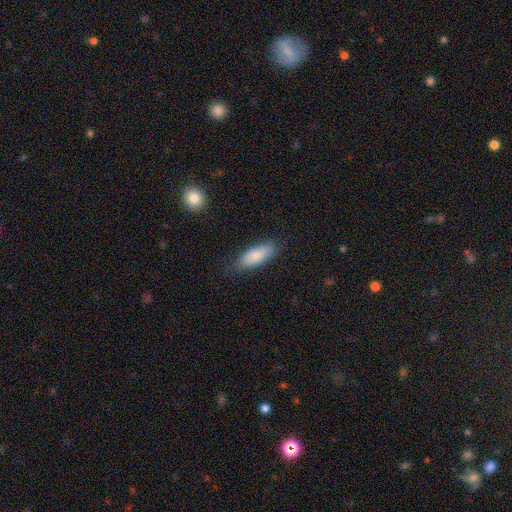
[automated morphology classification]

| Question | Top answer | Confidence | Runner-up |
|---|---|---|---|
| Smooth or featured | smooth | 82% | featured or disk (12%) |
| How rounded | in between | 73% | cigar-shaped (25%) |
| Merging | none | 77% | minor disturbance (17%) |